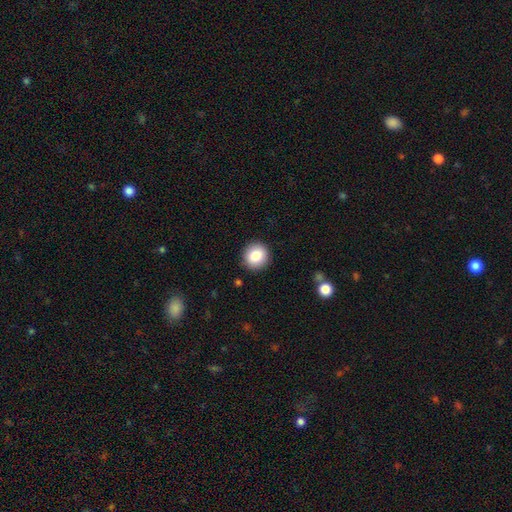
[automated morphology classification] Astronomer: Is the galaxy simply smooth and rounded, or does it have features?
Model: smooth — 84%.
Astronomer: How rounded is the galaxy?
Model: round — 93%.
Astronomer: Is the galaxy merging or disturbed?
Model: none — 91%.